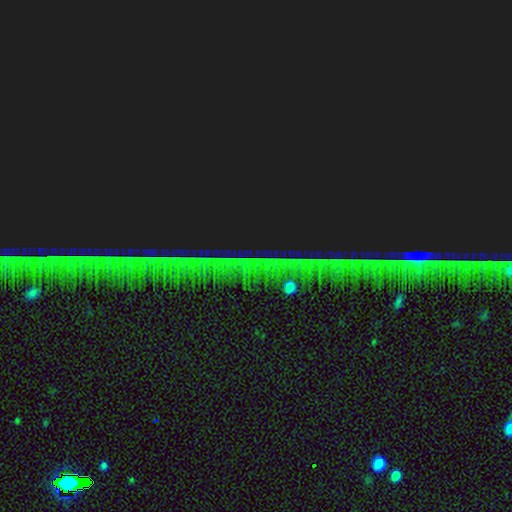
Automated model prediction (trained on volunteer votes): Smooth or featured? star or artifact (85%)